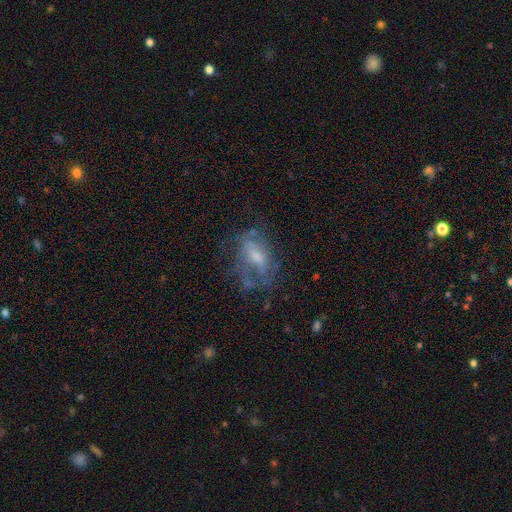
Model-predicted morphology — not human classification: type=featured or disk (59%); edge-on=no (92%); bar=no (47%); spiral arms=yes (50%, tied with no); bulge=moderate (41%); merging=none (48%).